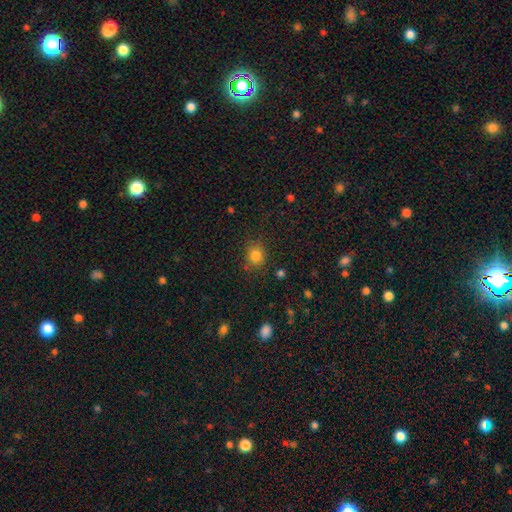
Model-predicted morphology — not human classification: Smooth or featured? smooth (82%)
How rounded? round (71%)
Merging? none (82%)